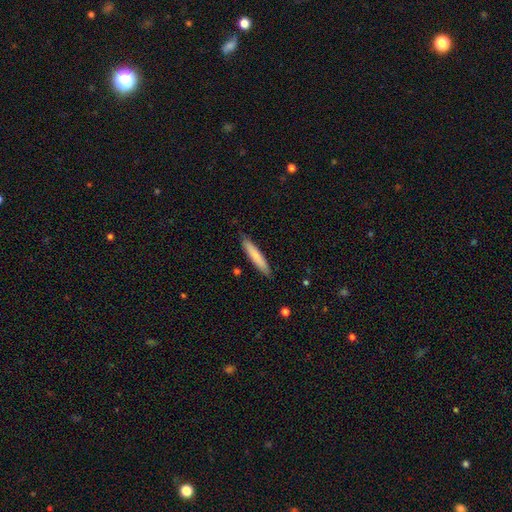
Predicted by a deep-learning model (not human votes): A smooth galaxy with no disk features (73%) that is cigar-shaped (91%). Merging: none (87%).